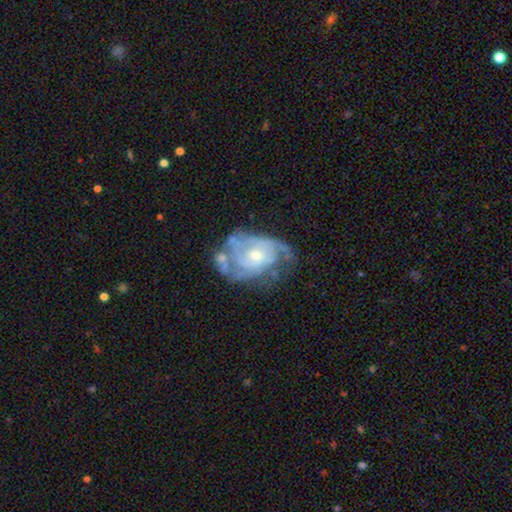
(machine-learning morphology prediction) This is clearly a featured or disk galaxy (81%). It is clearly not viewed edge-on (97%). Bar: likely no (73%). Spiral arm pattern: clearly yes (85%). Spiral arm count: marginally can't tell (41%). Spiral winding: possibly tight (59%). Central bulge: possibly moderate (49%). Merging: marginally none (42%).